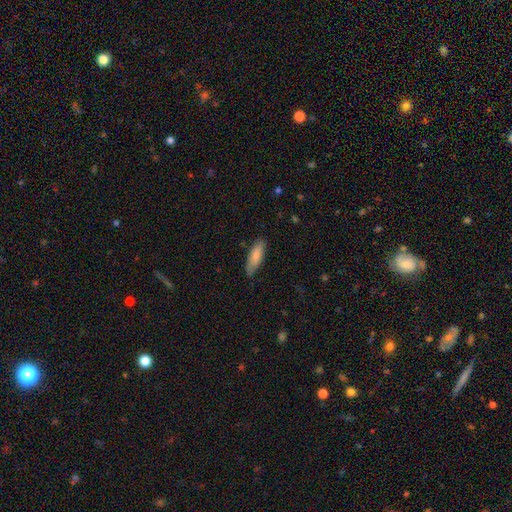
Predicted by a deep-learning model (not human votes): Smooth or featured? smooth (82%)
How rounded? in between (54%)
Merging? none (78%)